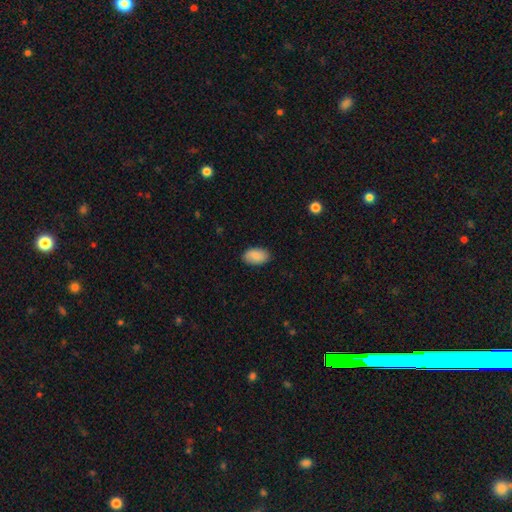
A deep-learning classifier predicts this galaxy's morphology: Smooth or featured? Predicted: smooth (p=0.88). How rounded? Predicted: in between (p=0.93). Merging? Predicted: none (p=0.87).